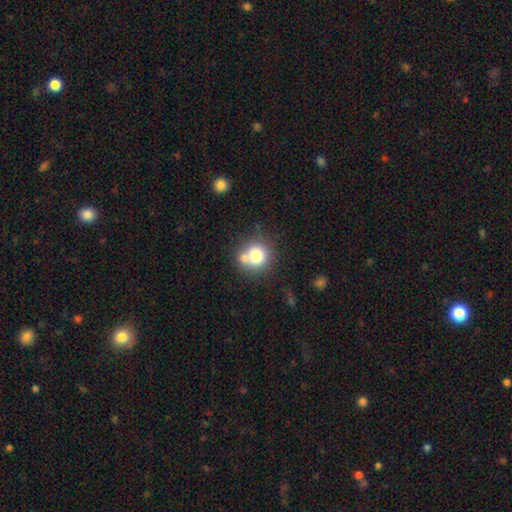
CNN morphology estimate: This appears to be a smooth galaxy with no disk features (76%) that is round (88%). Merging: none (54%).